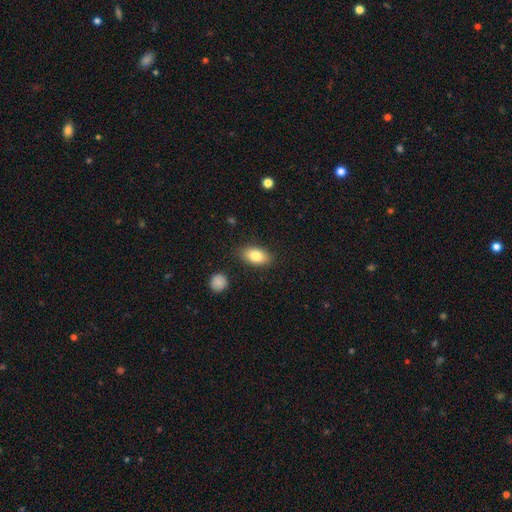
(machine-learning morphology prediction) smooth 82%, featured or disk 10%, star or artifact 7%. Down the decision tree: how rounded — in between (90%); merging — none (85%).